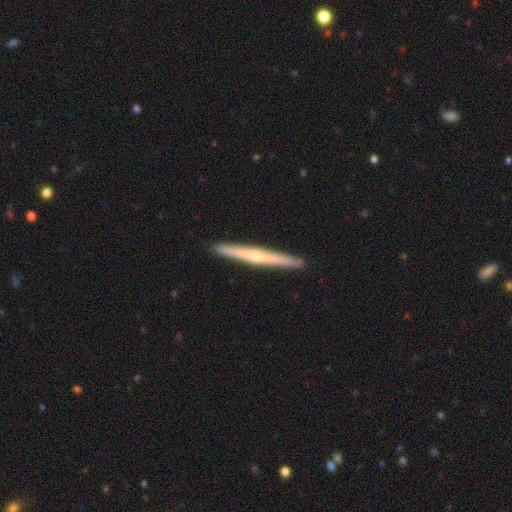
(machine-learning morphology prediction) The model was most divided on "edge-on bulge": rounded: 63%, none: 32%, boxy: 5%. More confident: edge-on disk — yes (97%); merging — none (92%); smooth or featured — featured or disk (66%).